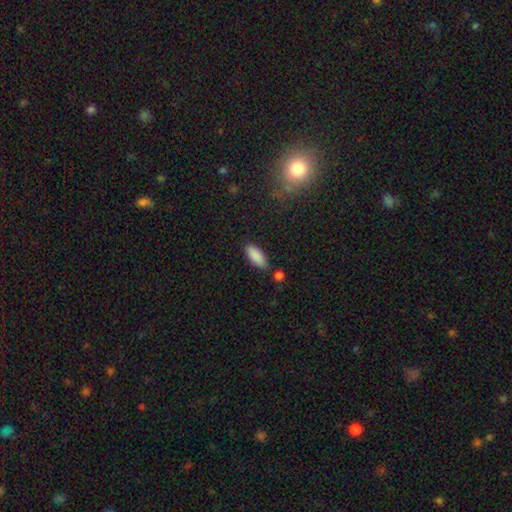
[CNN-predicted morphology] Smooth or featured? Predicted: smooth (p=0.88). How rounded? Predicted: in between (p=0.82). Merging? Predicted: none (p=0.81).